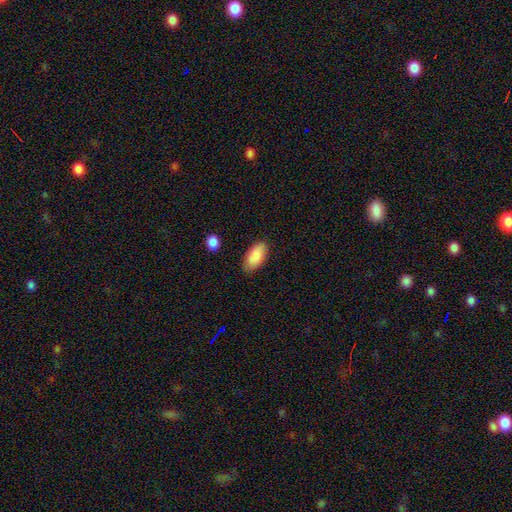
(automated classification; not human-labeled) smooth-or-featured: smooth: 87% | featured or disk: 7% | star or artifact: 6%
  how-rounded: in between: 93% | cigar-shaped: 5% | round: 2%
  merging: none: 82% | minor disturbance: 13% | major disturbance: 3% | merger: 2%